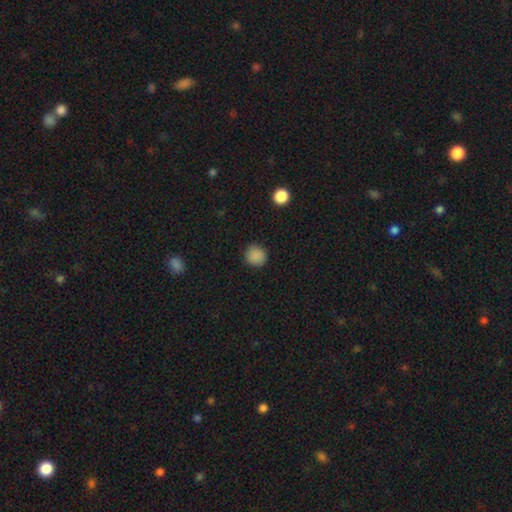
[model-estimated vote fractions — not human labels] This appears to be a smooth galaxy with no disk features (87%) that is round (90%). Merging: none (89%).